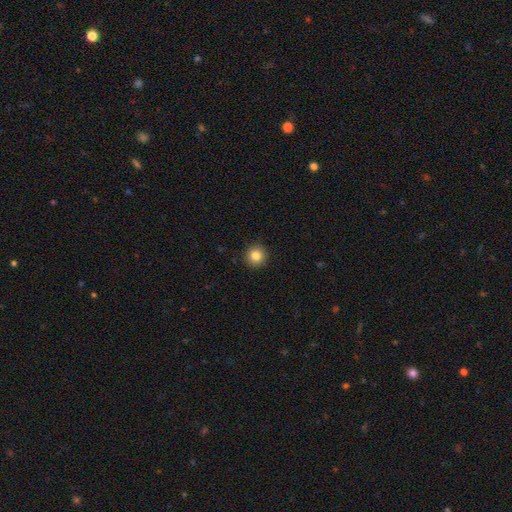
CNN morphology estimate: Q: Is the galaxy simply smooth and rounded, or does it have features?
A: smooth — 84%.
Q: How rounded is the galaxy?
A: round — 94%.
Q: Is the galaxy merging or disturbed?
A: none — 93%.